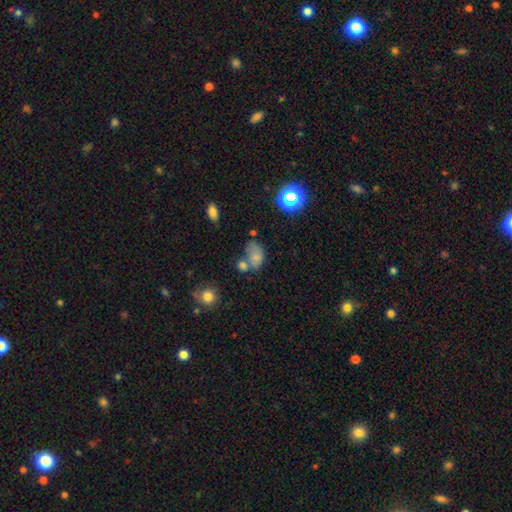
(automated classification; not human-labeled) This is likely a smooth galaxy (69%). How rounded: clearly in between (82%). Merging: marginally merger (36%).